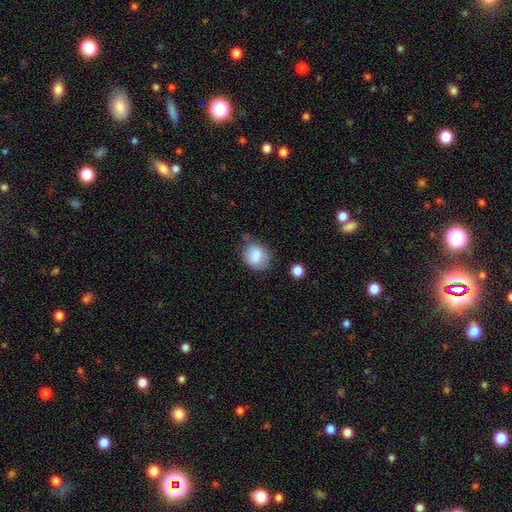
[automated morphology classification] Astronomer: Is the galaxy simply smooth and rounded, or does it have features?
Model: smooth — 84%.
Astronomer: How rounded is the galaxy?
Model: round — 59% (runner-up: in between, 40%).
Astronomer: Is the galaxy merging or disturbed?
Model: none — 64%.